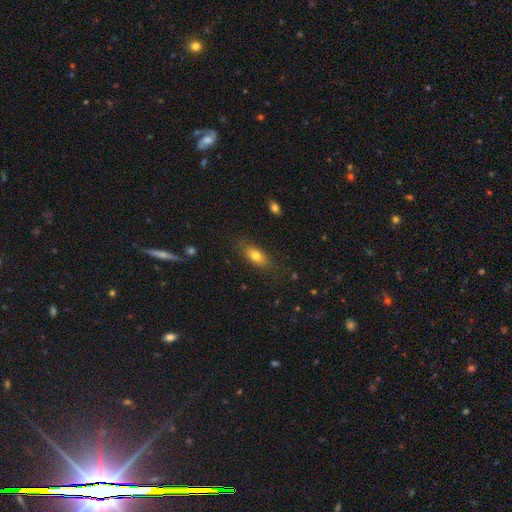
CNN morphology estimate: Smooth or featured: smooth — 76% (featured or disk — 16%)
How rounded: in between — 77% (cigar-shaped — 18%)
Merging: none — 80% (minor disturbance — 15%)